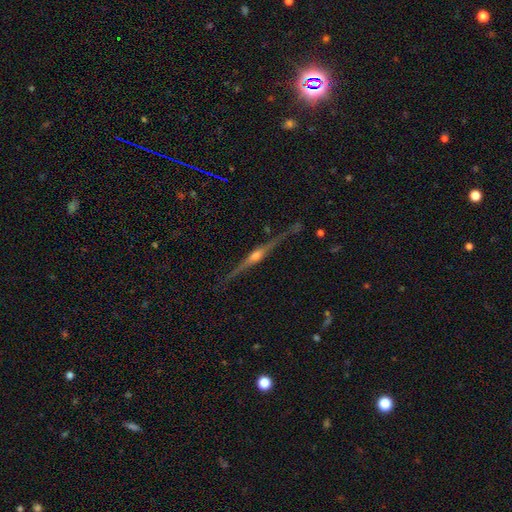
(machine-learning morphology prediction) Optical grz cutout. It shows a featured or disk galaxy (86%) viewed edge-on (98%) with a rounded central bulge (90%). Merging: none (86%).